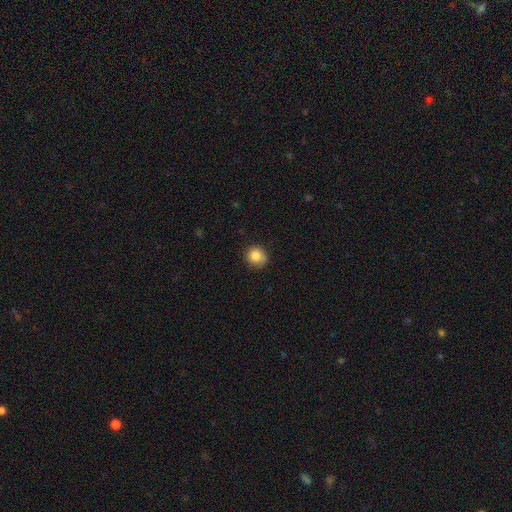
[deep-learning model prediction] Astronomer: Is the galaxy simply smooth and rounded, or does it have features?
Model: smooth — 86%.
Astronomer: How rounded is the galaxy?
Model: round — 89%.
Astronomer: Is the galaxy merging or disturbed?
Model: none — 82%.